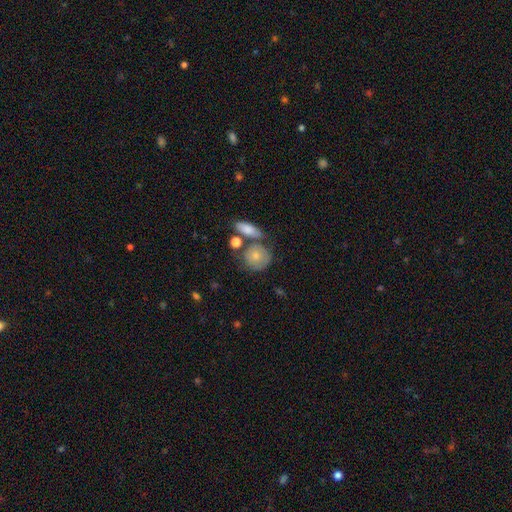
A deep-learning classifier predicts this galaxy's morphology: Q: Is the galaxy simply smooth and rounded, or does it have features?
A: smooth — 70%.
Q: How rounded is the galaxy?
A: round — 80%.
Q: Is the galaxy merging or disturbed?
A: none — 51%.